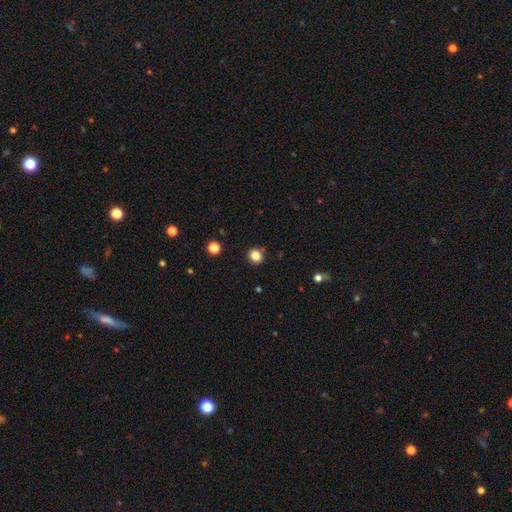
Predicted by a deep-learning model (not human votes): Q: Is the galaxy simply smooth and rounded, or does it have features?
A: smooth — 84%.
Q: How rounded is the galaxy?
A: round — 87%.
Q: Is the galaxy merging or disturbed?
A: none — 90%.